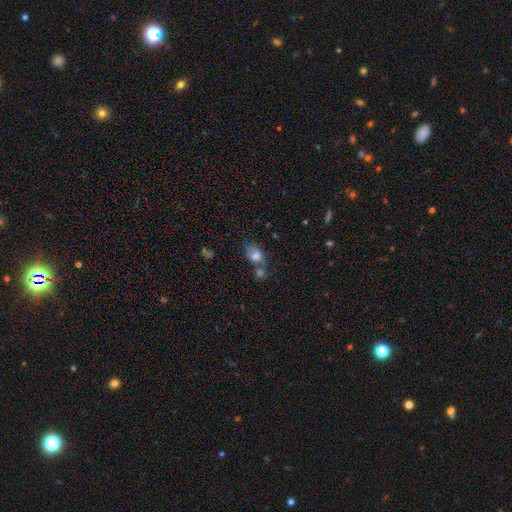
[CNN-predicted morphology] smooth-or-featured: smooth: 75% | star or artifact: 13% | featured or disk: 12%
  how-rounded: in between: 67% | round: 31% | cigar-shaped: 2%
  merging: merger: 39% | none: 37% | minor disturbance: 15% | major disturbance: 8%